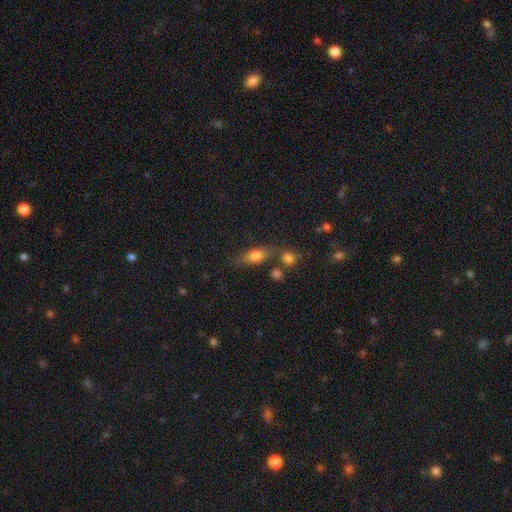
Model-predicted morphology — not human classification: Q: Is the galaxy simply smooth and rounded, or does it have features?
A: smooth — 73%.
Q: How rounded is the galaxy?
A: in between — 72%.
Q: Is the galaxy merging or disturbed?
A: none — 66%.